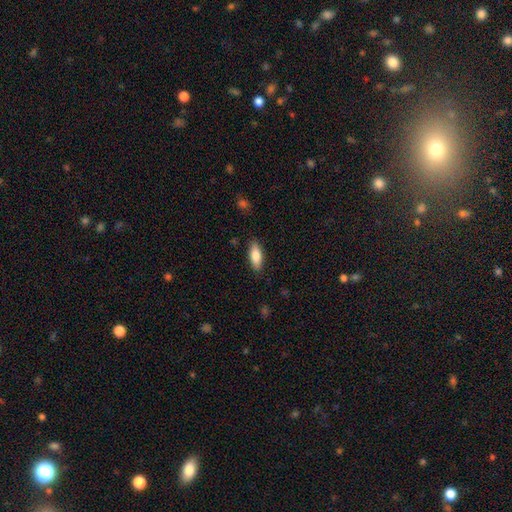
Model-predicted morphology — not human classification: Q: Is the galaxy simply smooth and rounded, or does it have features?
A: smooth — 81%.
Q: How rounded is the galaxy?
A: in between — 71%.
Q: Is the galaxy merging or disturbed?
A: none — 86%.